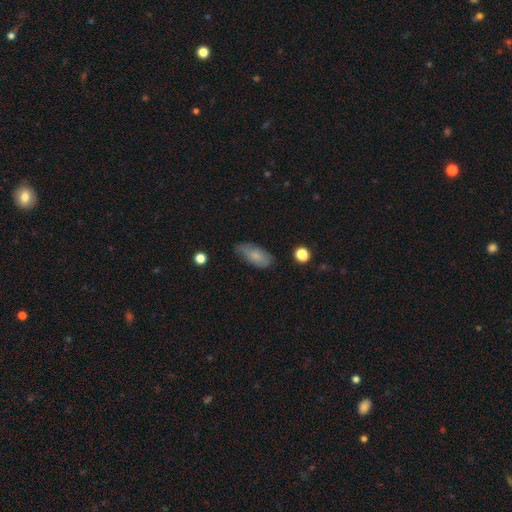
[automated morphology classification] smooth 75%, featured or disk 17%, star or artifact 8%. Down the decision tree: how rounded — in between (89%); merging — none (58%).